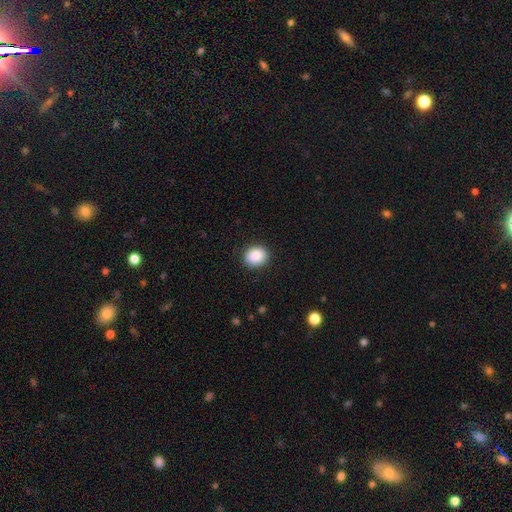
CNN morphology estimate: Smooth or featured? Predicted: smooth (p=0.88). How rounded? Predicted: round (p=0.72). Merging? Predicted: none (p=0.89).